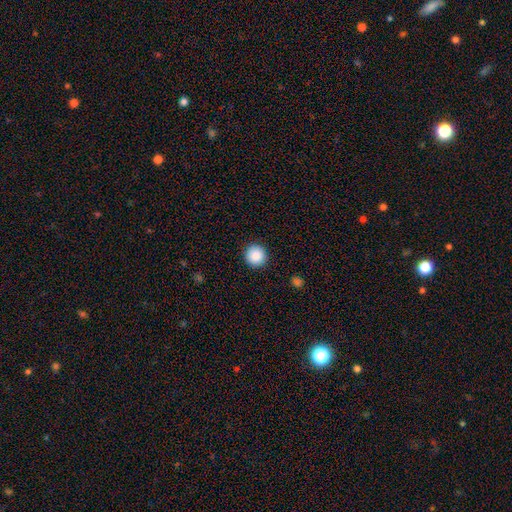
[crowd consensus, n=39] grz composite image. It shows a smooth galaxy with no disk features (92%) that is round (97%). Merging: none (95%).